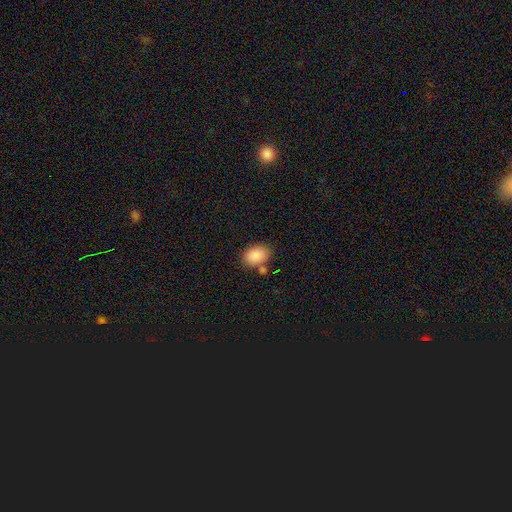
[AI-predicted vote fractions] Smooth or featured?
  - smooth: 88% *
  - star or artifact: 7%
  - featured or disk: 4%
How rounded?
  - in between: 81% *
  - round: 17%
  - cigar-shaped: 1%
Merging?
  - none: 69% *
  - minor disturbance: 14%
  - merger: 12%
  - major disturbance: 4%